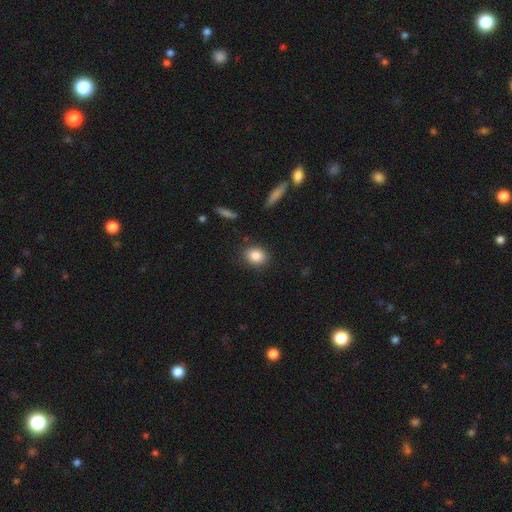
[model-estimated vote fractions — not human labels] A smooth galaxy with no disk features (86%) that is round (56%).

Vote fractions:
- Smooth or featured? smooth: 86% / star or artifact: 9% / featured or disk: 5%
- How rounded? round: 56% / in between: 43% / cigar-shaped: 1%
- Merging? none: 85% / minor disturbance: 10% / major disturbance: 3% / merger: 2%